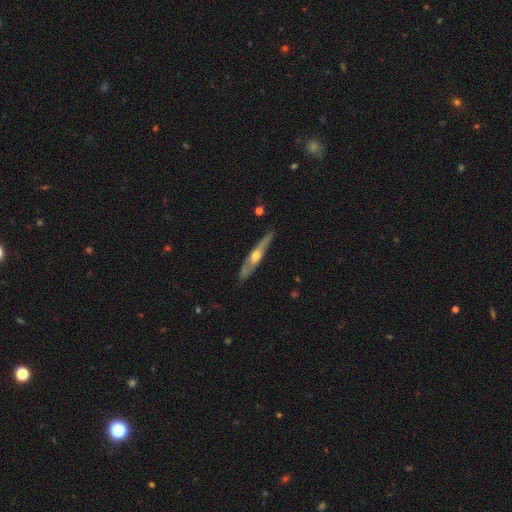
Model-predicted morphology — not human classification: This appears to be a featured or disk galaxy (65%) viewed edge-on (84%) with a rounded central bulge (86%). Merging: none (84%).